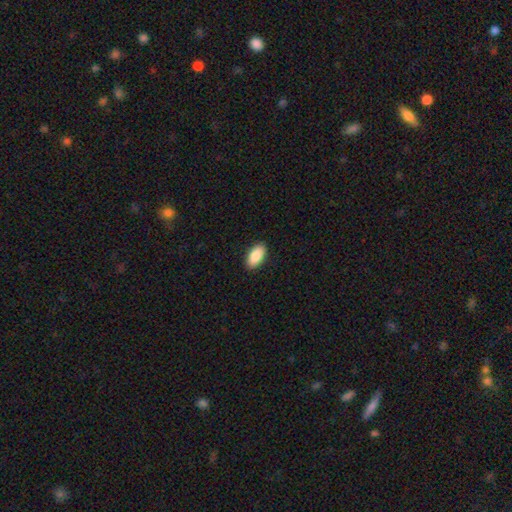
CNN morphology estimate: smooth 88%, star or artifact 6%, featured or disk 6%. Down the decision tree: how rounded — in between (94%); merging — none (90%).